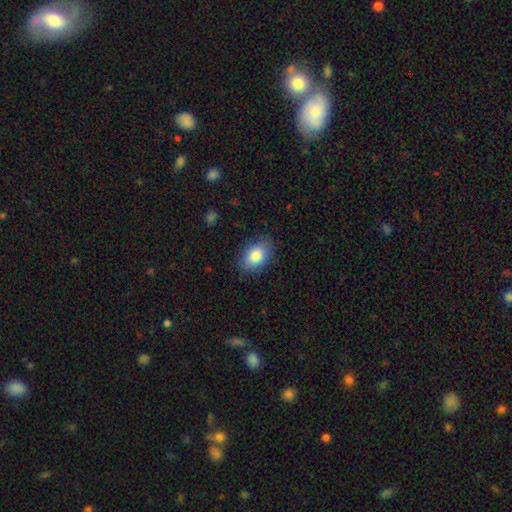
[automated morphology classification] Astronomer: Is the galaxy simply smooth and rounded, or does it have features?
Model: smooth — 83%.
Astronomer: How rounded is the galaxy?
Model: in between — 84%.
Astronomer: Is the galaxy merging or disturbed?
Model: none — 84%.